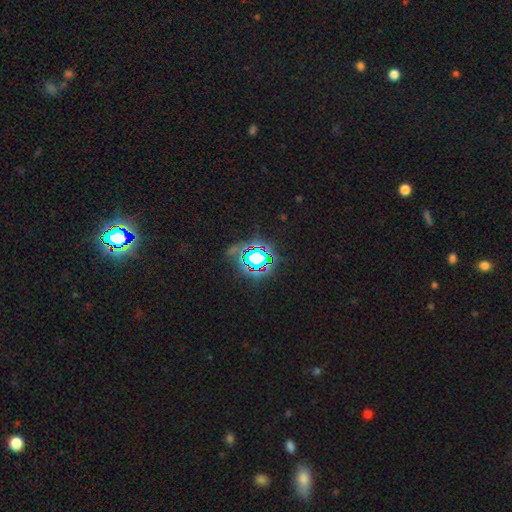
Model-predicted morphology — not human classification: A star or artifact, not a galaxy (76%).